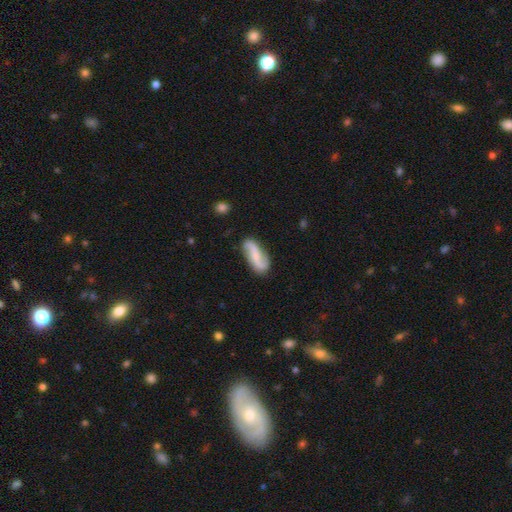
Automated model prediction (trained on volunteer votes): Smooth or featured?
  - featured or disk: 71% *
  - smooth: 23%
  - star or artifact: 6%
Edge-on disk?
  - no: 94% *
  - yes: 6%
Bar?
  - no: 39% *
  - weak: 36%
  - strong: 25%
Spiral arms?
  - yes: 94% *
  - no: 6%
Spiral winding?
  - loose: 75% *
  - medium: 18%
  - tight: 7%
Spiral arm count?
  - 2: 92% *
  - can't tell: 3%
  - 1: 2%
  - 3: 1%
  - 4: 1%
  - more than 4: 1%
Bulge size?
  - none: 42% *
  - small: 35%
  - moderate: 17%
  - large: 4%
  - dominant: 2%
Merging?
  - none: 79% *
  - minor disturbance: 15%
  - major disturbance: 4%
  - merger: 2%